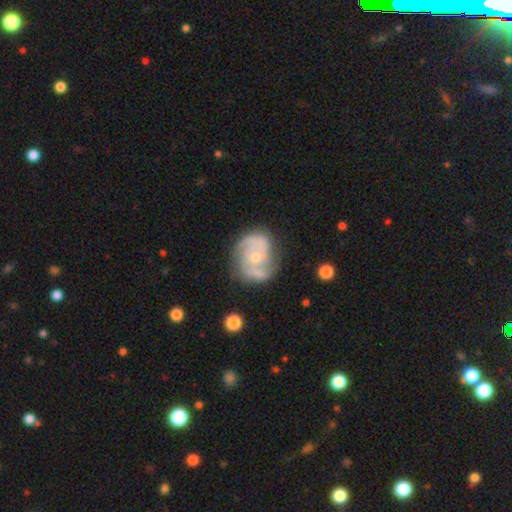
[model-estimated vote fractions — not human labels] Smooth or featured?
  - featured or disk: 80% *
  - smooth: 14%
  - star or artifact: 6%
Edge-on disk?
  - no: 98% *
  - yes: 2%
Bar?
  - no: 69% *
  - weak: 26%
  - strong: 5%
Spiral arms?
  - yes: 90% *
  - no: 10%
Spiral winding?
  - medium: 47% *
  - tight: 36%
  - loose: 17%
Spiral arm count?
  - 2: 69% *
  - can't tell: 13%
  - 3: 11%
  - 1: 3%
  - 4: 2%
  - more than 4: 2%
Bulge size?
  - small: 54% *
  - moderate: 42%
  - none: 2%
  - large: 1%
  - dominant: 1%
Merging?
  - none: 61% *
  - minor disturbance: 22%
  - major disturbance: 9%
  - merger: 8%